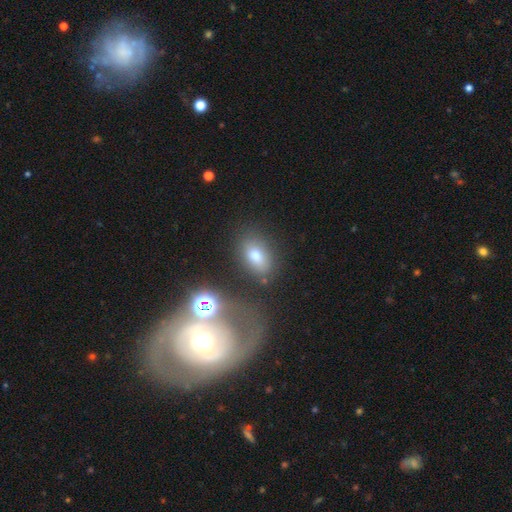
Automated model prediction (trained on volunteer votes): This appears to be a smooth galaxy with no disk features (70%) that is in between round and cigar-shaped (83%). Merging: none (74%).